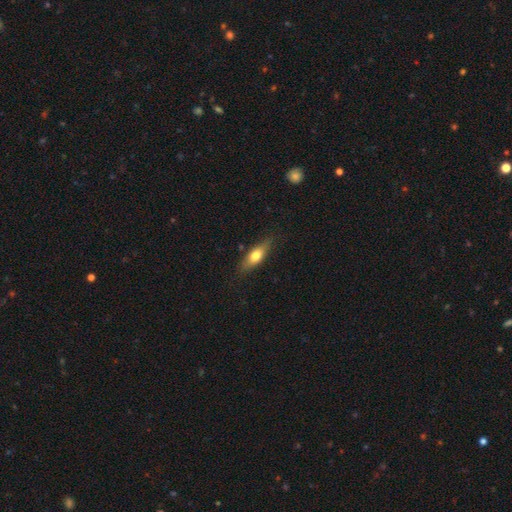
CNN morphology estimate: smooth 67%, featured or disk 27%, star or artifact 6%. Down the decision tree: how rounded — in between (66%); merging — none (79%).